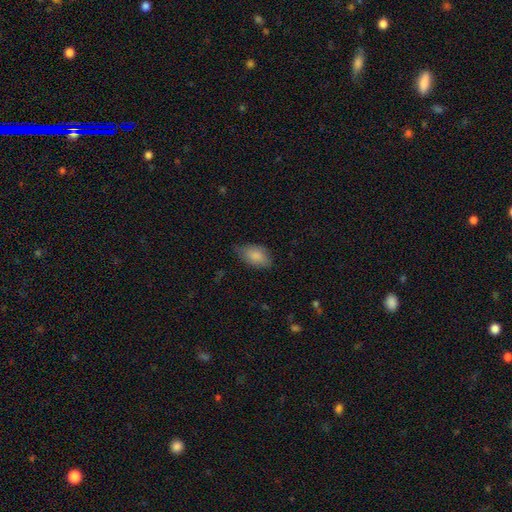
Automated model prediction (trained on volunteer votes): smooth 86%, featured or disk 7%, star or artifact 7%. Down the decision tree: how rounded — in between (93%); merging — none (66%).